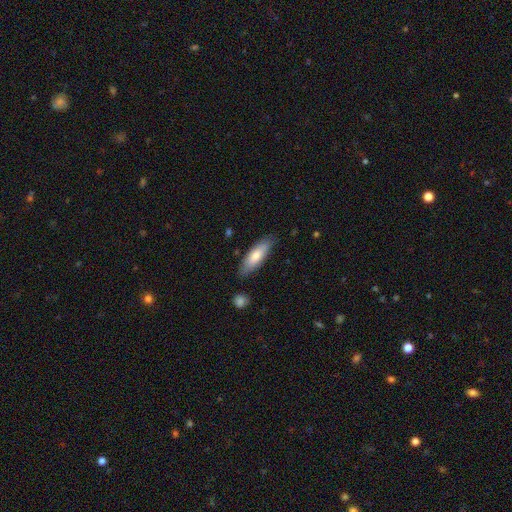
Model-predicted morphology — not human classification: This is likely a smooth galaxy (73%). How rounded: possibly in between (52%). Merging: clearly none (83%).